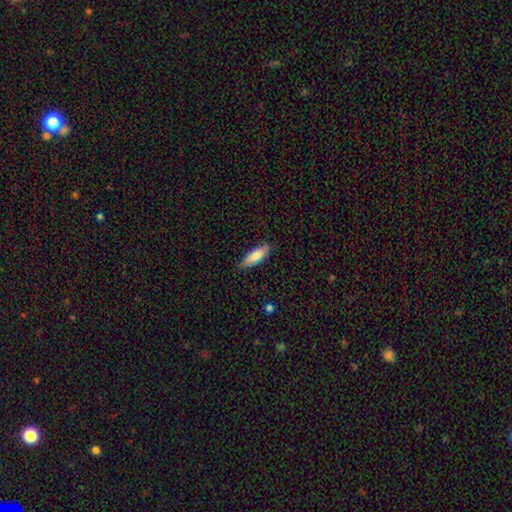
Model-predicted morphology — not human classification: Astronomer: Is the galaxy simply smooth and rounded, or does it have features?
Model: smooth — 81%.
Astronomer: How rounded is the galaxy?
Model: in between — 56% (runner-up: cigar-shaped, 42%).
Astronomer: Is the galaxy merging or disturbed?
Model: none — 82%.